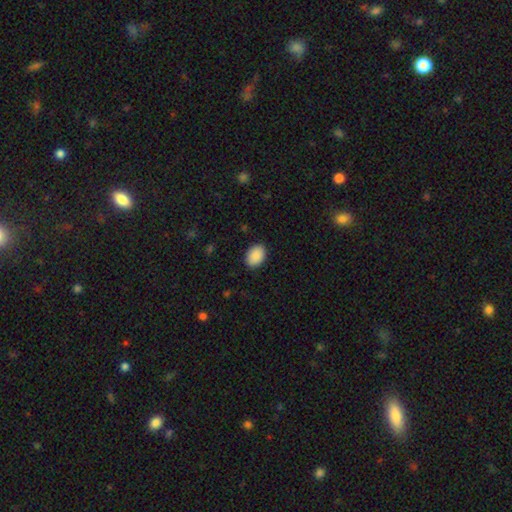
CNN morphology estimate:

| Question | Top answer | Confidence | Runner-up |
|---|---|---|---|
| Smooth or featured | smooth | 91% | star or artifact (7%) |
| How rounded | in between | 83% | round (16%) |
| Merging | none | 88% | minor disturbance (9%) |